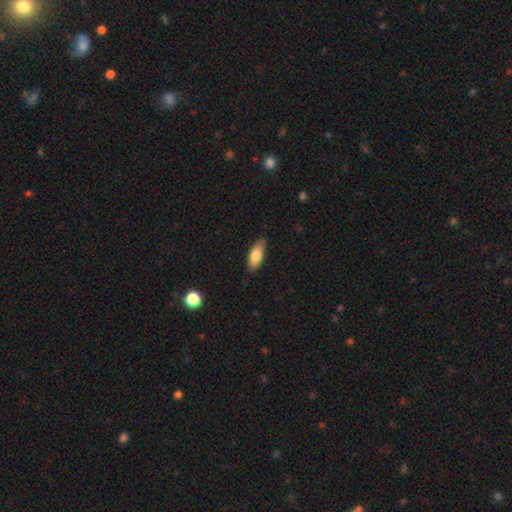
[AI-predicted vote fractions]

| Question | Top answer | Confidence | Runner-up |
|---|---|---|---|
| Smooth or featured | smooth | 80% | featured or disk (13%) |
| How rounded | in between | 81% | cigar-shaped (17%) |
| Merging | none | 79% | minor disturbance (17%) |